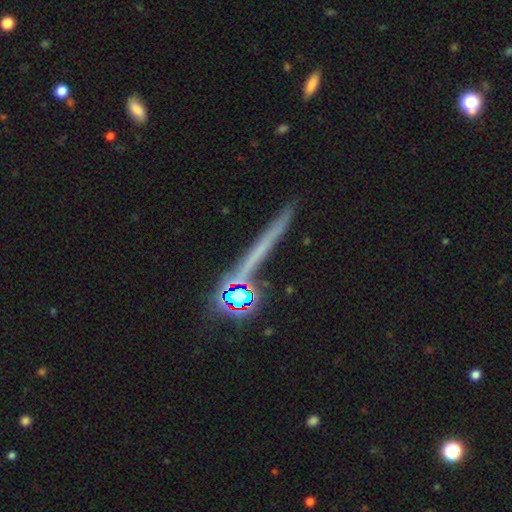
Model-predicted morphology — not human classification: featured or disk 41%, smooth 31%, star or artifact 29%. Down the decision tree: merging — none (81%).